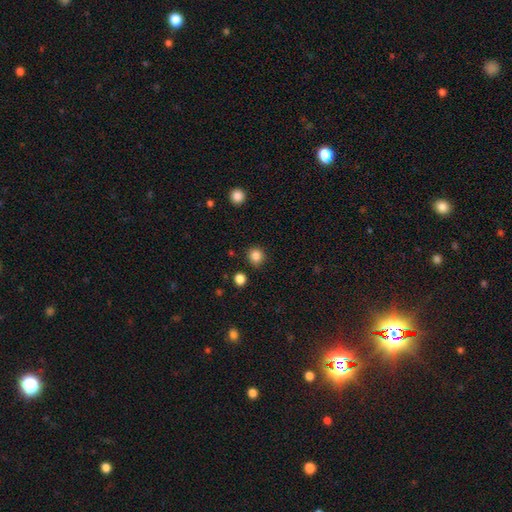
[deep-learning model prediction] A smooth galaxy with no disk features (85%) that is round (91%). Merging: none (89%).